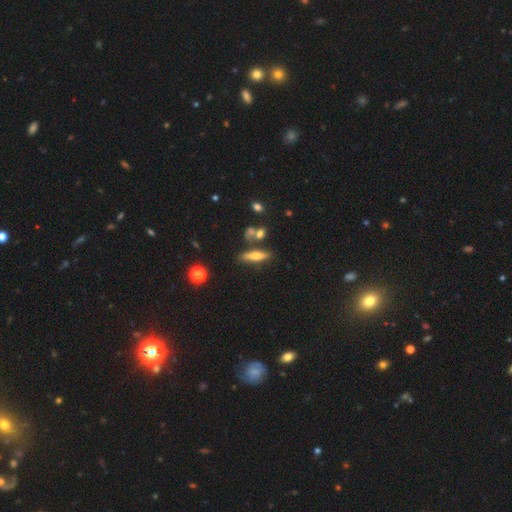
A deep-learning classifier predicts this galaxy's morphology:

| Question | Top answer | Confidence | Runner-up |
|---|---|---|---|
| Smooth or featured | smooth | 49% | featured or disk (43%) |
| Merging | none | 72% | minor disturbance (13%) |